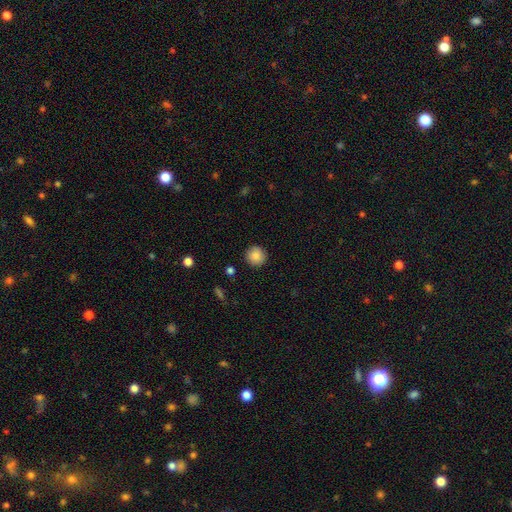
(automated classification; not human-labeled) smooth-or-featured: smooth: 87% | star or artifact: 9% | featured or disk: 5%
  how-rounded: round: 95% | in between: 4% | cigar-shaped: 1%
  merging: none: 92% | minor disturbance: 5% | major disturbance: 2% | merger: 1%